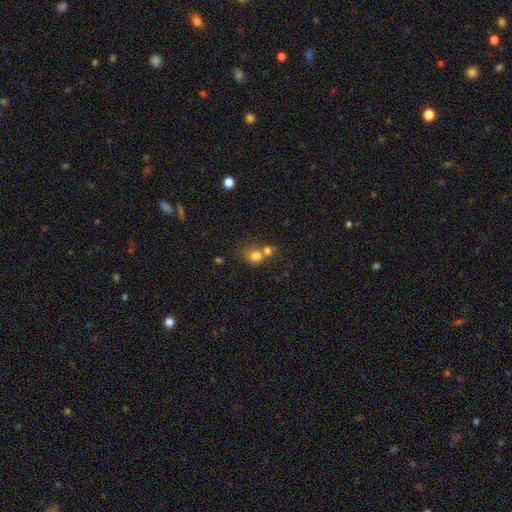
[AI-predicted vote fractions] Smooth or featured: smooth — 75% (star or artifact — 14%)
How rounded: round — 63% (in between — 35%)
Merging: merger — 50% (none — 34%)